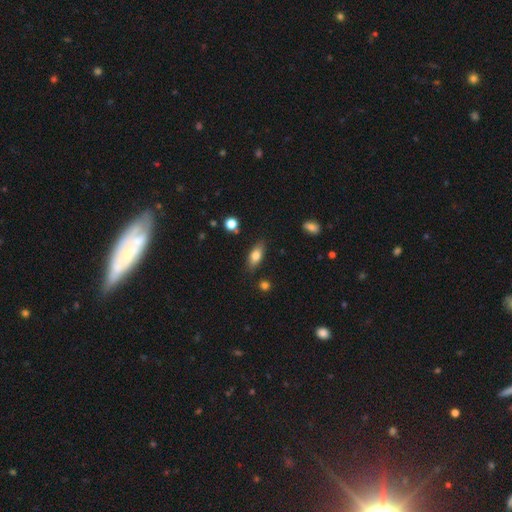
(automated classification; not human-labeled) A smooth galaxy with no disk features (76%) that is in between round and cigar-shaped (80%). Merging: none (82%).